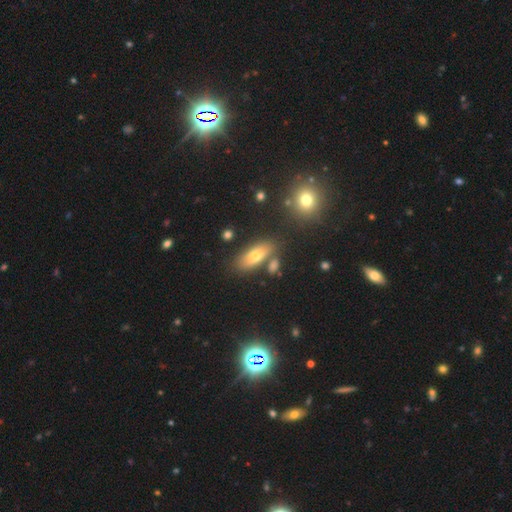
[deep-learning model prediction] smooth_or_featured: smooth (p=0.67) [alt: featured or disk p=0.24]
how_rounded: in between (p=0.77) [alt: cigar-shaped p=0.19]
merging: none (p=0.73) [alt: minor disturbance p=0.12]